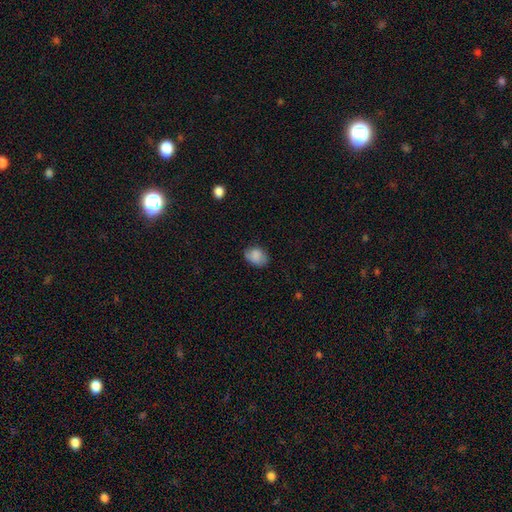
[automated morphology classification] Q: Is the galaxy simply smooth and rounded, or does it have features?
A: smooth — 82%.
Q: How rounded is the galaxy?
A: in between — 67%.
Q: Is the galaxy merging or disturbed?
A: none — 69%.